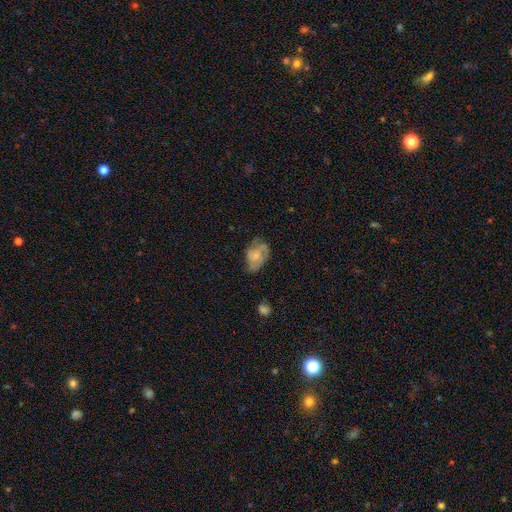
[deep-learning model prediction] This is possibly a featured or disk galaxy (53%). It is clearly not viewed edge-on (96%). Bar: likely no (72%). Spiral arm pattern: likely yes (71%). Central bulge: possibly small (56%). Merging: possibly none (48%).